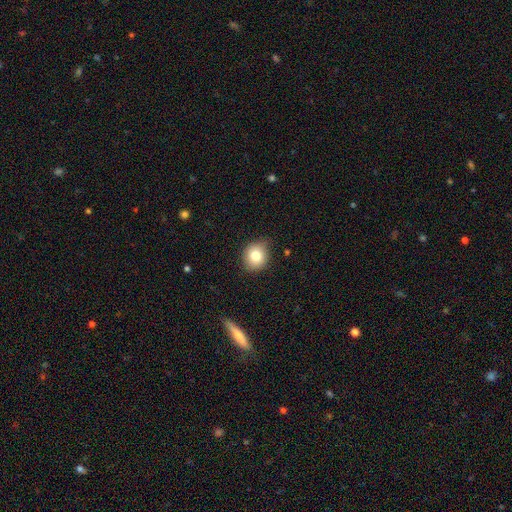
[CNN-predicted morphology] type=smooth (81%); roundness=round (78%); merging=none (81%).